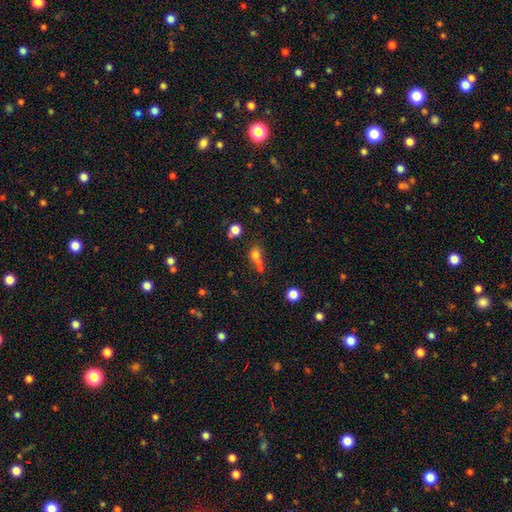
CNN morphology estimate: Smooth or featured?
  - smooth: 66% *
  - star or artifact: 21%
  - featured or disk: 13%
How rounded?
  - round: 67% *
  - in between: 30%
  - cigar-shaped: 2%
Merging?
  - merger: 45% *
  - none: 40%
  - minor disturbance: 9%
  - major disturbance: 6%